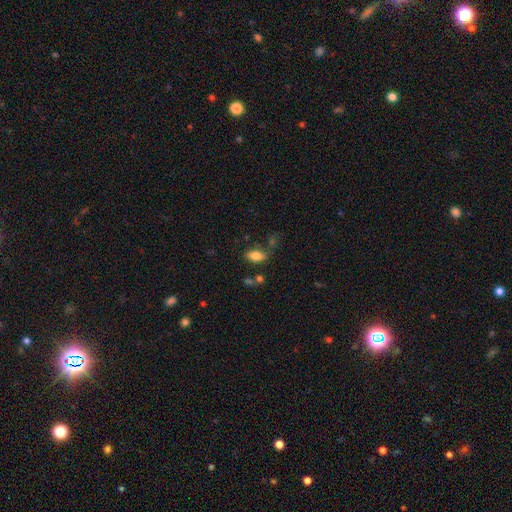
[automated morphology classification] A smooth galaxy with no disk features (79%) that is in between round and cigar-shaped (89%). Merging: none (71%).